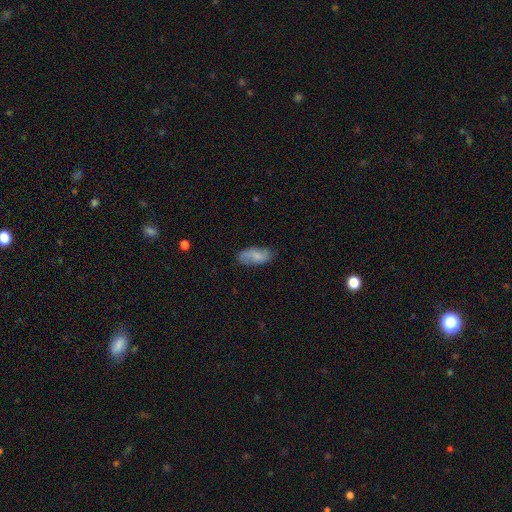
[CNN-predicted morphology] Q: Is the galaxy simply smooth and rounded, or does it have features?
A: smooth — 71%.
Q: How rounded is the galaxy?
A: in between — 88%.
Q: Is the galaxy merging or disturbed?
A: none — 72%.